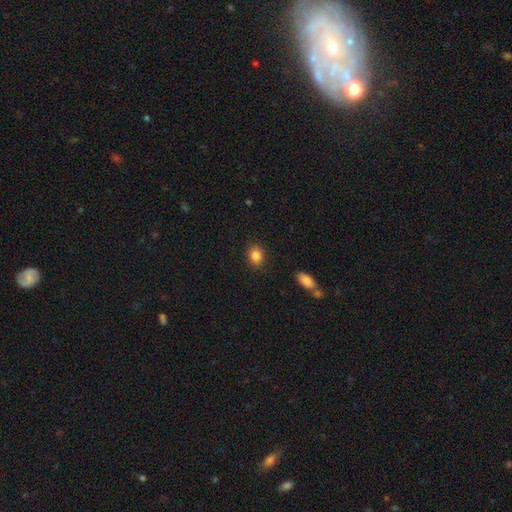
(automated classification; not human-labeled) smooth_or_featured: smooth (p=0.86) [alt: star or artifact p=0.09]
how_rounded: in between (p=0.52) [alt: round p=0.47]
merging: none (p=0.87) [alt: minor disturbance p=0.09]